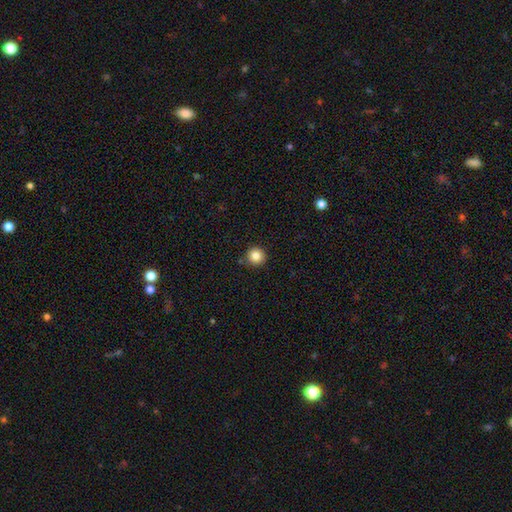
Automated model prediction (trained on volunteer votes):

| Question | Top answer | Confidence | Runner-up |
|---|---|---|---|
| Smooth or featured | smooth | 84% | star or artifact (11%) |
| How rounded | round | 95% | in between (4%) |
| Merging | none | 89% | minor disturbance (7%) |